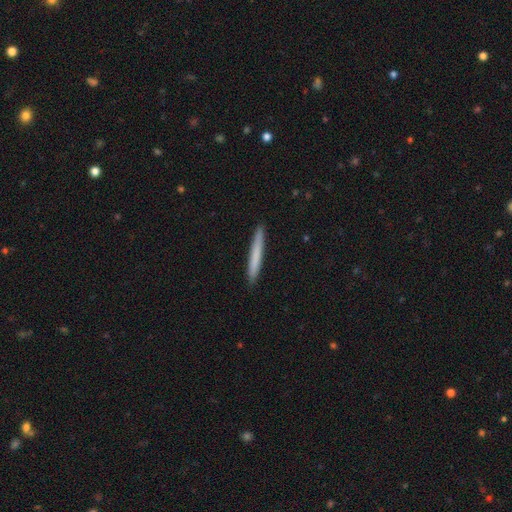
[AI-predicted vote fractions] smooth-or-featured: smooth: 73% | featured or disk: 22% | star or artifact: 5%
  how-rounded: cigar-shaped: 97% | in between: 2% | round: 1%
  merging: none: 92% | minor disturbance: 5% | major disturbance: 1% | merger: 1%